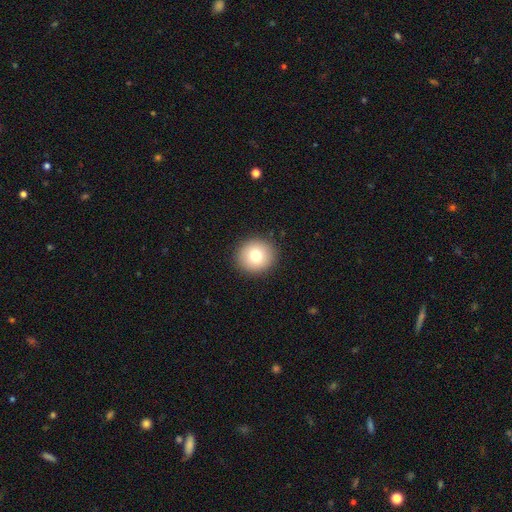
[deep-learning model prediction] This appears to be a smooth galaxy with no disk features (77%) that is round (91%). Merging: none (92%).